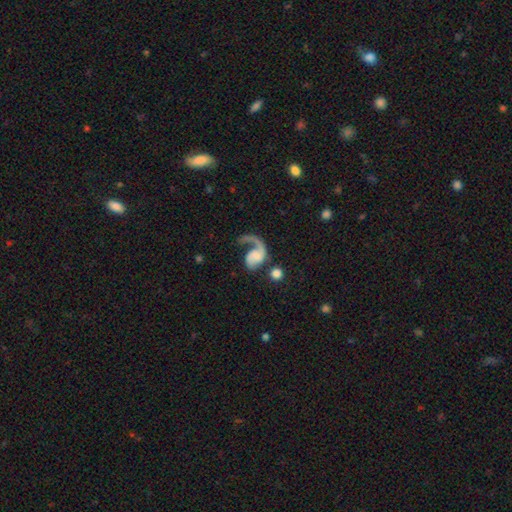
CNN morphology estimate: This appears to be a featured or disk galaxy (78%) with no bar (63%), 1 (71%) loose (60%) spiral arms (93%) and no central bulge (43%). Merging: major disturbance (41%).